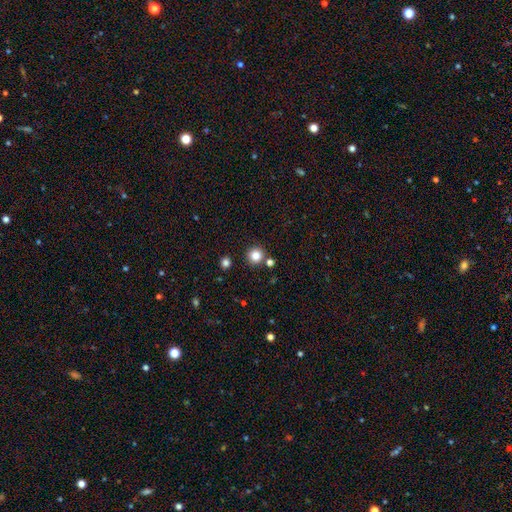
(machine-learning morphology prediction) smooth_or_featured: smooth (p=0.83) [alt: star or artifact p=0.12]
how_rounded: round (p=0.94) [alt: in between p=0.05]
merging: none (p=0.85) [alt: merger p=0.07]